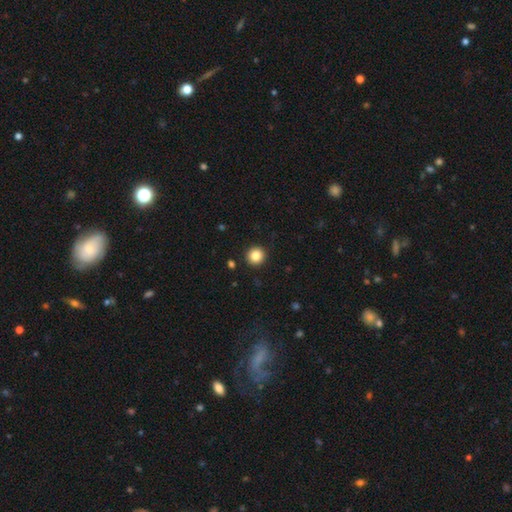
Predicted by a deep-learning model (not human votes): Smooth or featured: smooth — 85% (star or artifact — 10%)
How rounded: round — 95% (in between — 4%)
Merging: none — 93% (minor disturbance — 4%)